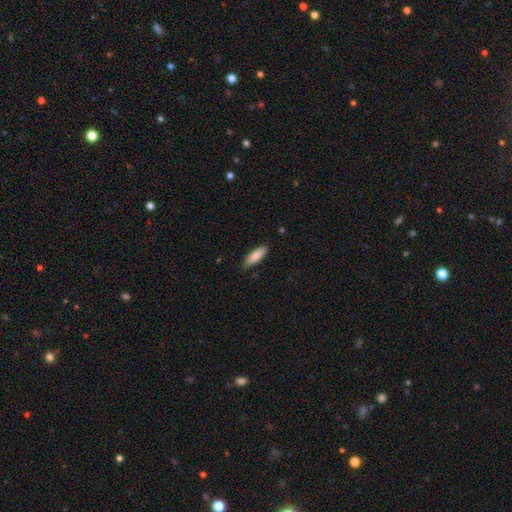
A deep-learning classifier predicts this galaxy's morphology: This is clearly a smooth galaxy (86%). How rounded: possibly in between (53%). Merging: likely none (77%).